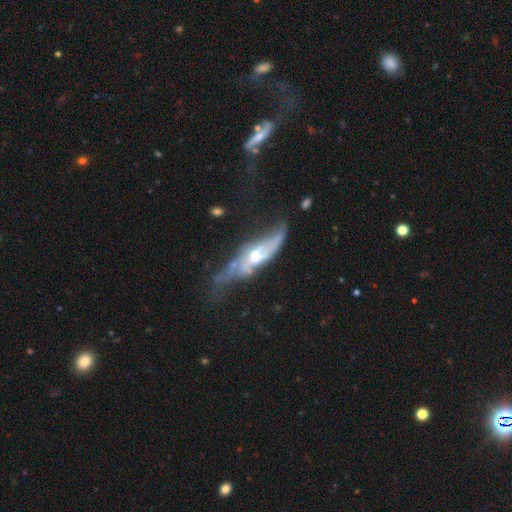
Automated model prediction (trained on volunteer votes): Smooth or featured? Predicted: featured or disk (p=0.75). Edge-on disk? Predicted: no (p=0.63). Merging? Predicted: none (p=0.35).